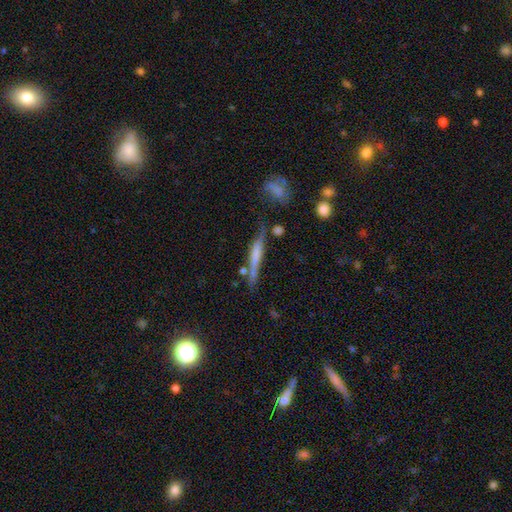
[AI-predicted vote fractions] A featured or disk galaxy (50%) viewed edge-on (92%).

Vote fractions:
- Smooth or featured? featured or disk: 50% / smooth: 42% / star or artifact: 8%
- Edge-on disk? yes: 92% / no: 8%
- Merging? none: 65% / minor disturbance: 19% / merger: 10% / major disturbance: 6%